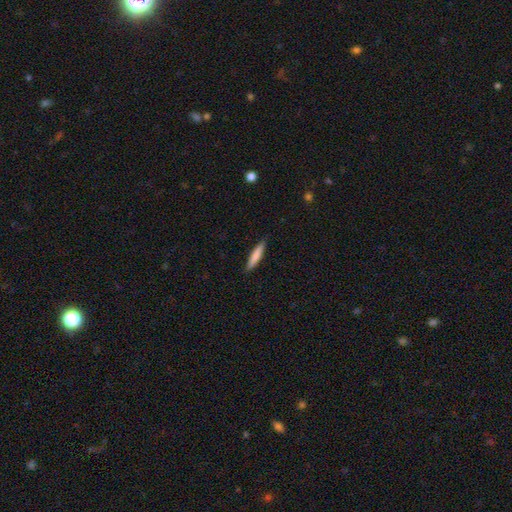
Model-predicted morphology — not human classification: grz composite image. It shows a smooth galaxy with no disk features (81%) that is cigar-shaped (88%). Merging: none (89%).